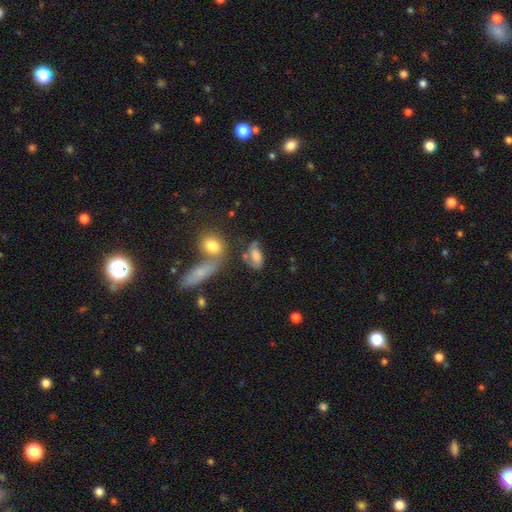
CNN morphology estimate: Smooth or featured? Predicted: smooth (p=0.60). How rounded? Predicted: in between (p=0.85). Merging? Predicted: none (p=0.45).